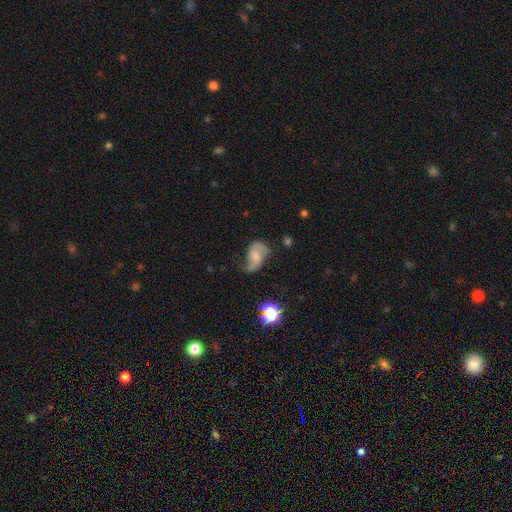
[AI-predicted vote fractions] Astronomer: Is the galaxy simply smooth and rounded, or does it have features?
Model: featured or disk — 64%.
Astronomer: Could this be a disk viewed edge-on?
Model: no — 97%.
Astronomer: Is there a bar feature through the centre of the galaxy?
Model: no — 53% (runner-up: weak, 38%).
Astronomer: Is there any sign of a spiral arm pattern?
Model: yes — 89%.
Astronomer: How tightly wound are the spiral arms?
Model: loose — 63%.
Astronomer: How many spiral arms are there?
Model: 2 — 86%.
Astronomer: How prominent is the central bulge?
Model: small — 45% (runner-up: moderate, 36%).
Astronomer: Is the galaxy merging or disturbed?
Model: none — 51% (runner-up: minor disturbance, 29%).